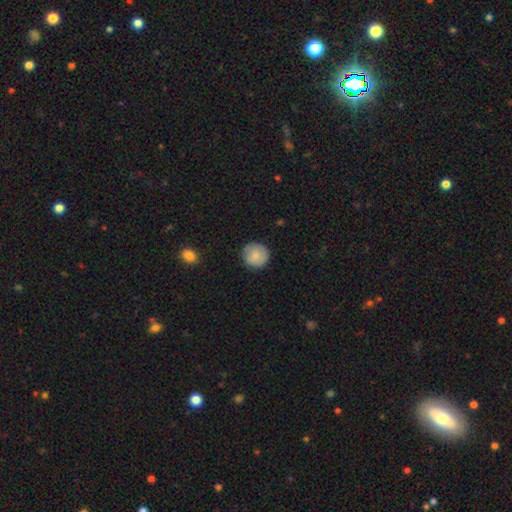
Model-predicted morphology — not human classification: Smooth or featured? Predicted: smooth (p=0.83). How rounded? Predicted: round (p=0.94). Merging? Predicted: none (p=0.87).